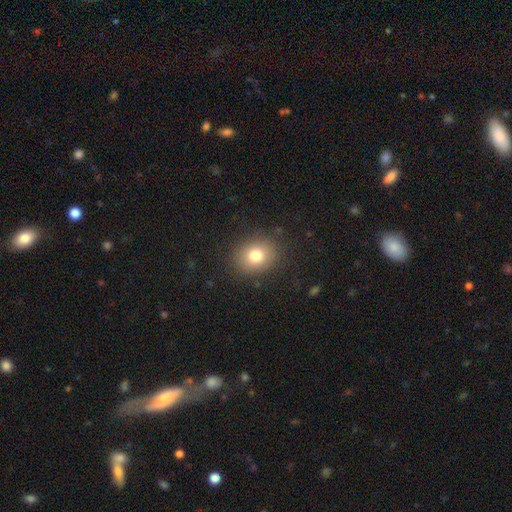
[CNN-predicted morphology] Q: Smooth or featured?
A: smooth (78%); runner-up: star or artifact (12%)
Q: How rounded?
A: round (56%); runner-up: in between (43%)
Q: Merging?
A: none (86%); runner-up: minor disturbance (9%)